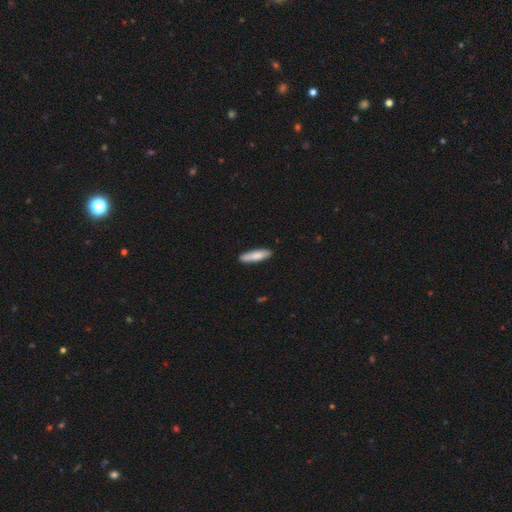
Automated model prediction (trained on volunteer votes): smooth_or_featured: smooth (p=0.81) [alt: featured or disk p=0.14]
how_rounded: cigar-shaped (p=0.73) [alt: in between p=0.25]
merging: none (p=0.88) [alt: minor disturbance p=0.09]